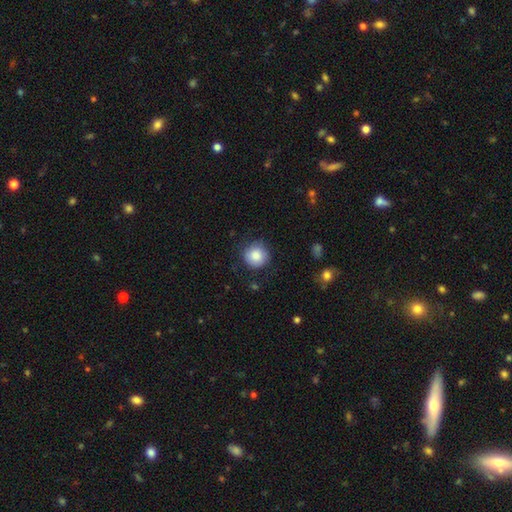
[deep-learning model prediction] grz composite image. It shows a smooth galaxy with no disk features (85%) that is round (93%). Merging: none (79%).